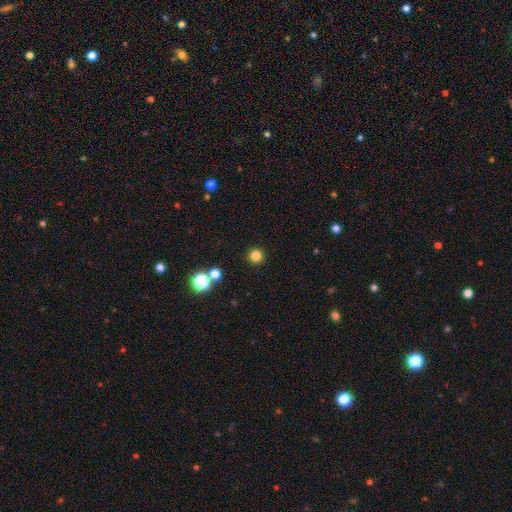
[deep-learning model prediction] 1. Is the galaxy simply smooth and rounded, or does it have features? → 82% smooth, 14% star or artifact, 4% featured or disk.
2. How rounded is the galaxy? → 96% round, 3% in between, 1% cigar-shaped.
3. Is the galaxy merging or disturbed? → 91% none, 4% minor disturbance, 2% merger, 2% major disturbance.